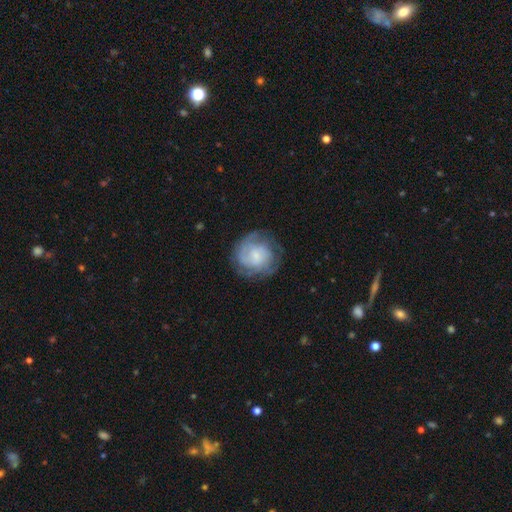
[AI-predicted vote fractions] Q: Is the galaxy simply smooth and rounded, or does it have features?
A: featured or disk — 61%.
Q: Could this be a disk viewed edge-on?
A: no — 98%.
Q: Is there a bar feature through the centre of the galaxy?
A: no — 67%.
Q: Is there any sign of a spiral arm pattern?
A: yes — 82%.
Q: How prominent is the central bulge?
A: small — 51%.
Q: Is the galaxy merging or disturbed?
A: none — 70%.